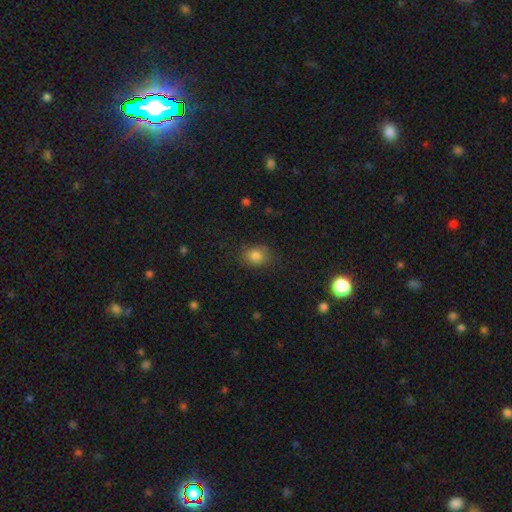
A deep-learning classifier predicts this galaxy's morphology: Smooth or featured?
  - smooth: 80% *
  - star or artifact: 12%
  - featured or disk: 8%
How rounded?
  - round: 55% *
  - in between: 44%
  - cigar-shaped: 1%
Merging?
  - none: 76% *
  - minor disturbance: 17%
  - major disturbance: 5%
  - merger: 2%